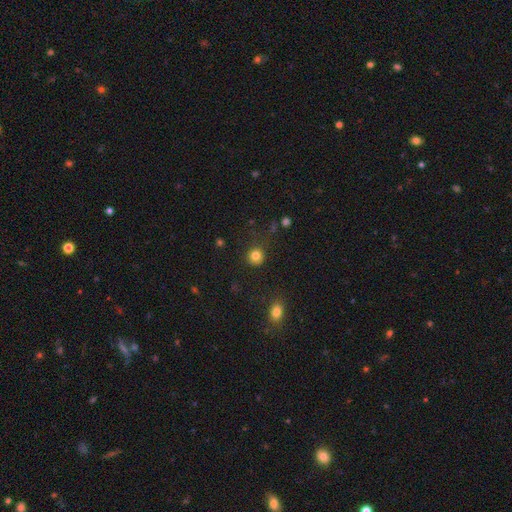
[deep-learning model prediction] smooth-or-featured: smooth: 82% | star or artifact: 12% | featured or disk: 6%
  how-rounded: round: 91% | in between: 8% | cigar-shaped: 1%
  merging: none: 84% | minor disturbance: 11% | major disturbance: 4% | merger: 2%